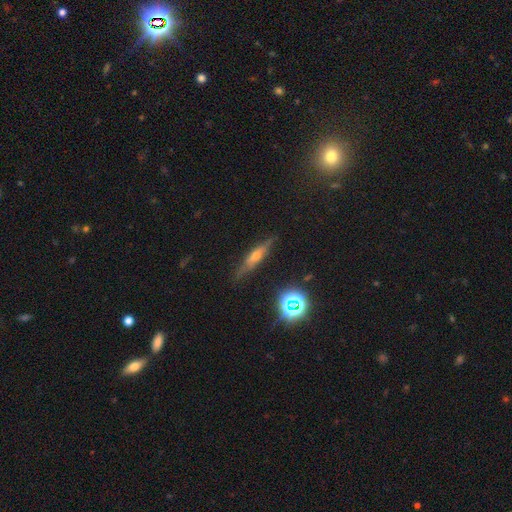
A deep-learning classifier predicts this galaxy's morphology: This is possibly a featured or disk galaxy (54%). It is clearly viewed edge-on (89%). Merging: clearly none (81%).